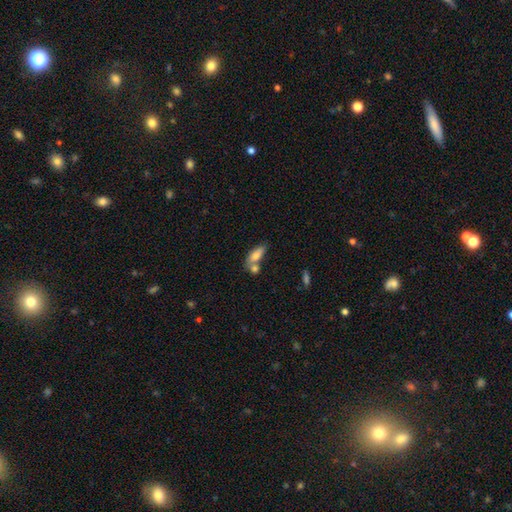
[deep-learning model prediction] Smooth or featured: smooth — 75% (featured or disk — 18%)
How rounded: in between — 74% (cigar-shaped — 23%)
Merging: none — 44% (merger — 38%)